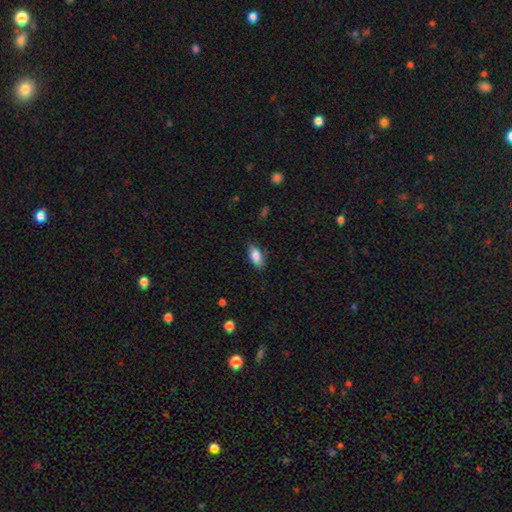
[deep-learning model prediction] This appears to be a smooth galaxy with no disk features (82%) that is in between round and cigar-shaped (86%). Merging: none (82%).